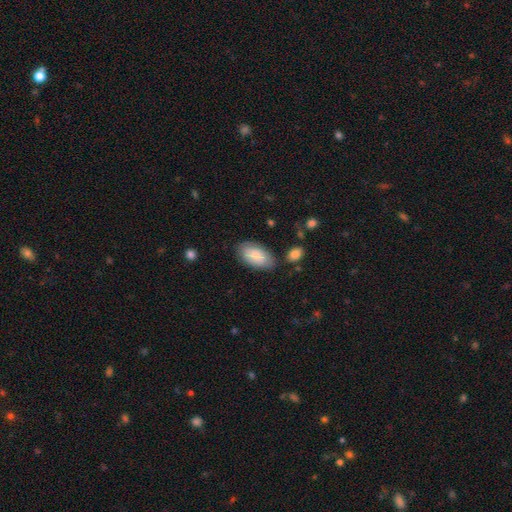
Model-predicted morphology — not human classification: A smooth galaxy with no disk features (81%) that is in between round and cigar-shaped (95%).

Vote fractions:
- Smooth or featured? smooth: 81% / featured or disk: 13% / star or artifact: 6%
- How rounded? in between: 95% / round: 3% / cigar-shaped: 2%
- Merging? none: 75% / minor disturbance: 16% / merger: 4% / major disturbance: 4%